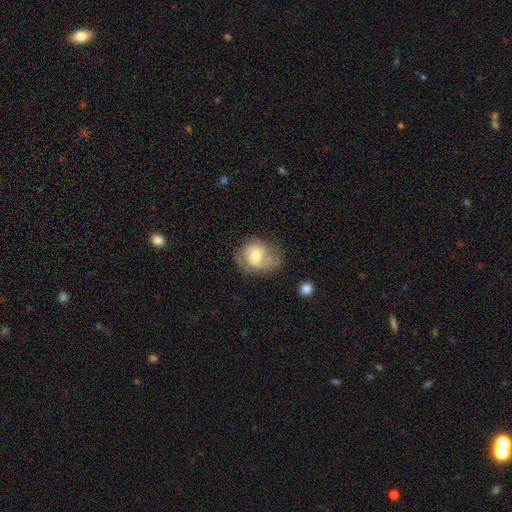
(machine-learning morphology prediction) This appears to be a smooth galaxy with no disk features (55%) that is in between round and cigar-shaped (53%). Merging: none (46%).